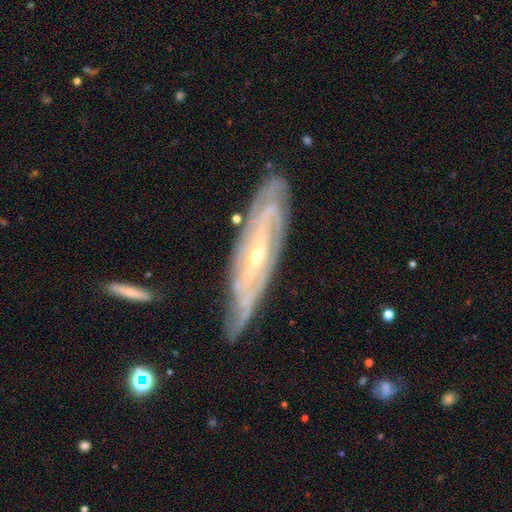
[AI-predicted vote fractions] featured or disk 86%, smooth 8%, star or artifact 6%. Down the decision tree: edge-on disk — no (74%); bar — no (38%); spiral arms — yes (95%); spiral arm count — can't tell (36%); spiral winding — tight (68%); bulge size — small (73%); merging — none (76%).